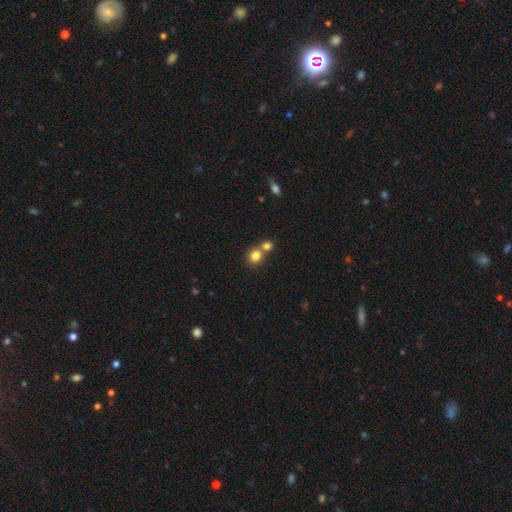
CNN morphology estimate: The model was most divided on "merging": none: 47%, merger: 44%, minor disturbance: 6%, major disturbance: 2%. More confident: how rounded — round (81%); smooth or featured — smooth (80%).